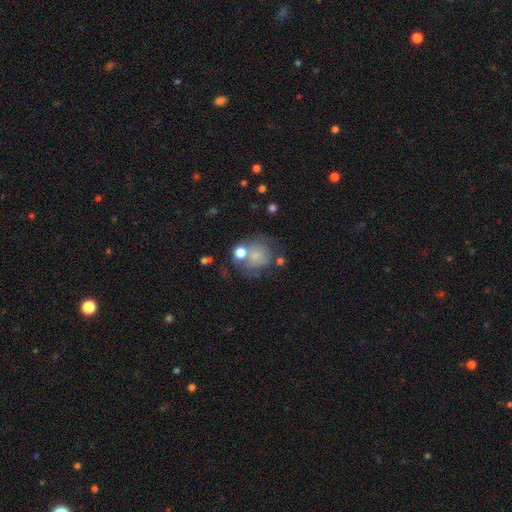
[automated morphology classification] Smooth or featured? Predicted: smooth (p=0.65). How rounded? Predicted: round (p=0.78). Merging? Predicted: none (p=0.44).